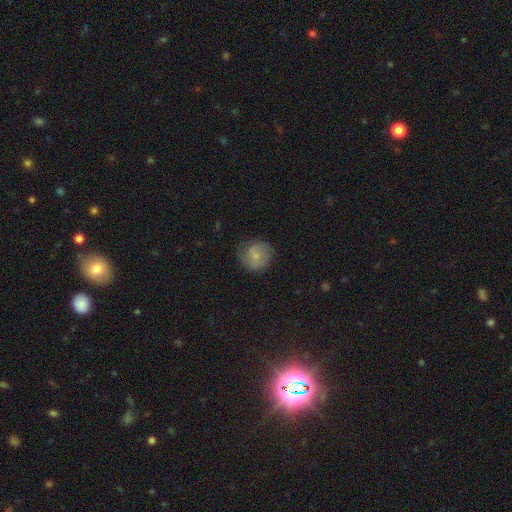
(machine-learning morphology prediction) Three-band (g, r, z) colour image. It shows a smooth galaxy with no disk features (55%) that is round (88%). Merging: none (73%).